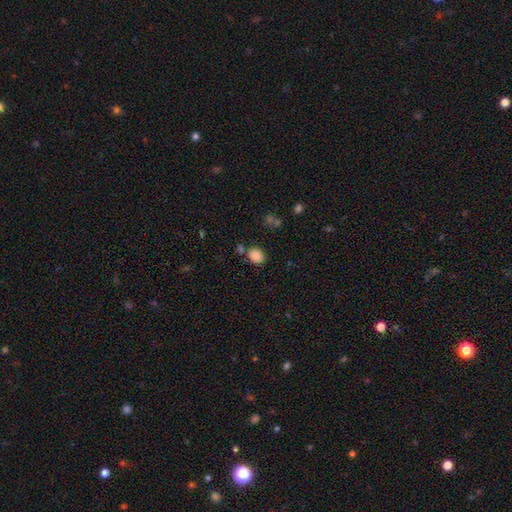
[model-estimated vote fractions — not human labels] Smooth or featured? smooth (85%)
How rounded? in between (58%)
Merging? none (75%)